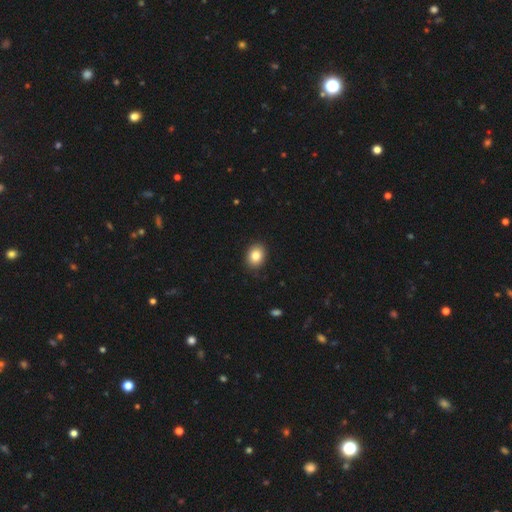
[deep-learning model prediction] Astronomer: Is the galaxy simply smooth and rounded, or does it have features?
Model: smooth — 84%.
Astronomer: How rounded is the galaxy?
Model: in between — 55% (runner-up: round, 44%).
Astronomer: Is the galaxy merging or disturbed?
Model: none — 89%.